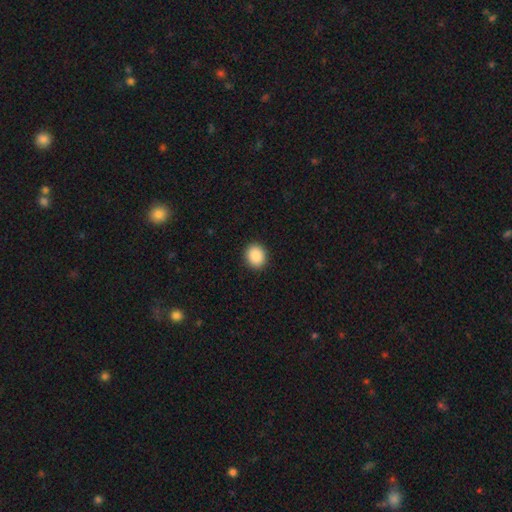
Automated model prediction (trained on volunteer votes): A smooth galaxy with no disk features (89%) that is round (75%). Merging: none (92%).